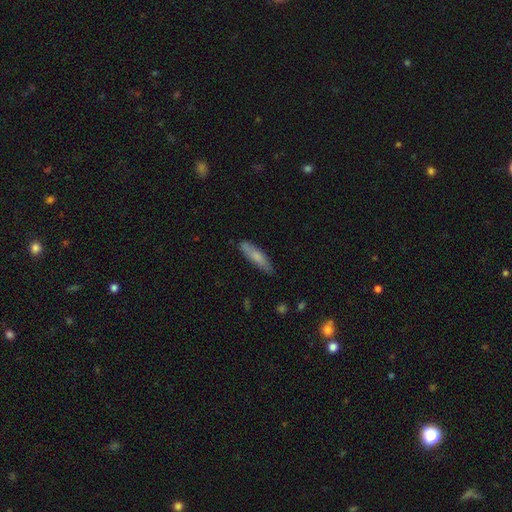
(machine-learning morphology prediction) smooth 71%, featured or disk 23%, star or artifact 6%. Down the decision tree: how rounded — cigar-shaped (78%); merging — none (81%).